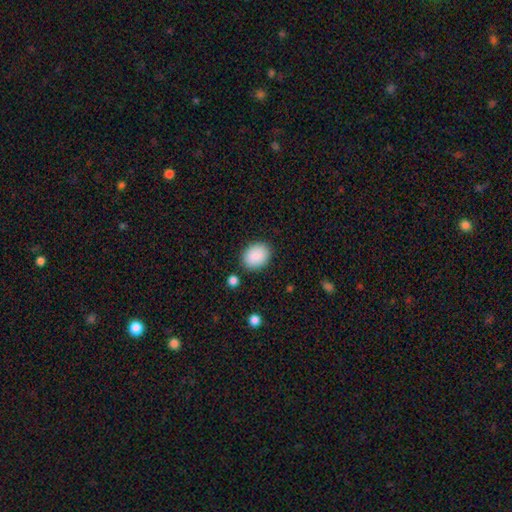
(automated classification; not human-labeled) smooth 88%, star or artifact 7%, featured or disk 5%. Down the decision tree: how rounded — in between (58%); merging — none (86%).